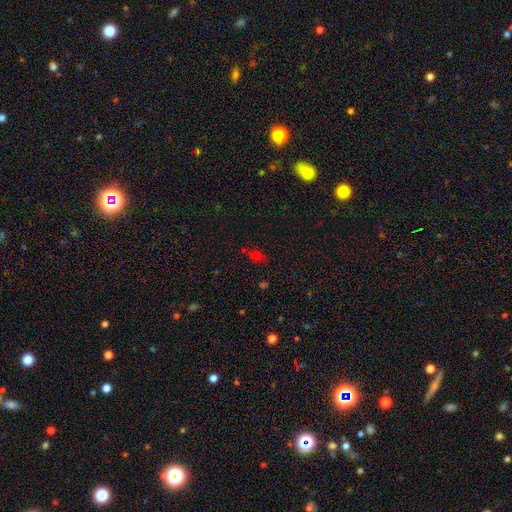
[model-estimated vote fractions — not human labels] Smooth or featured?
  - smooth: 58% *
  - star or artifact: 34%
  - featured or disk: 9%
How rounded?
  - in between: 79% *
  - round: 15%
  - cigar-shaped: 6%
Merging?
  - none: 64% *
  - minor disturbance: 19%
  - merger: 9%
  - major disturbance: 8%